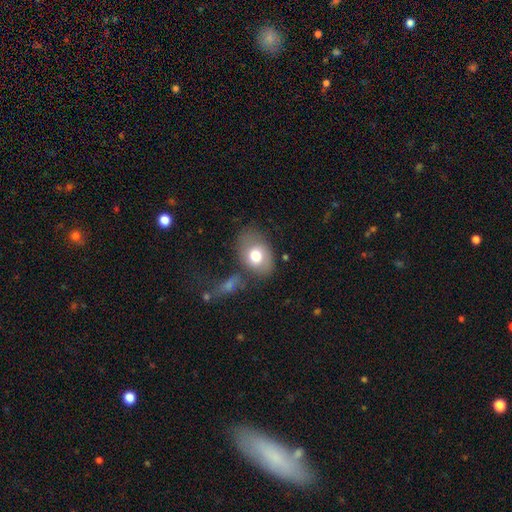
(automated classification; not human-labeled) The model was most divided on "merging": none: 60%, minor disturbance: 20%, major disturbance: 10%, merger: 10%. More confident: how rounded — in between (74%); smooth or featured — smooth (70%).